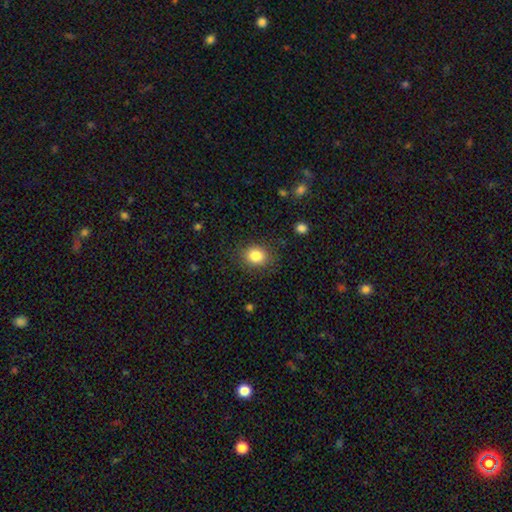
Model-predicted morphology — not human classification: type=smooth (84%); roundness=round (61%); merging=none (84%).